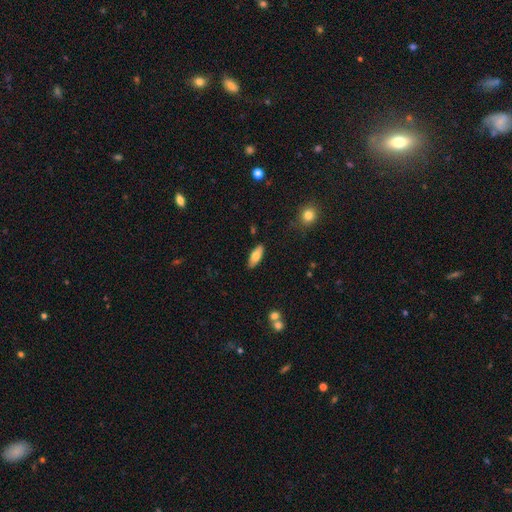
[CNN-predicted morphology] Smooth or featured?
  - smooth: 72% *
  - featured or disk: 22%
  - star or artifact: 6%
How rounded?
  - in between: 75% *
  - cigar-shaped: 23%
  - round: 2%
Merging?
  - none: 87% *
  - minor disturbance: 10%
  - major disturbance: 2%
  - merger: 2%